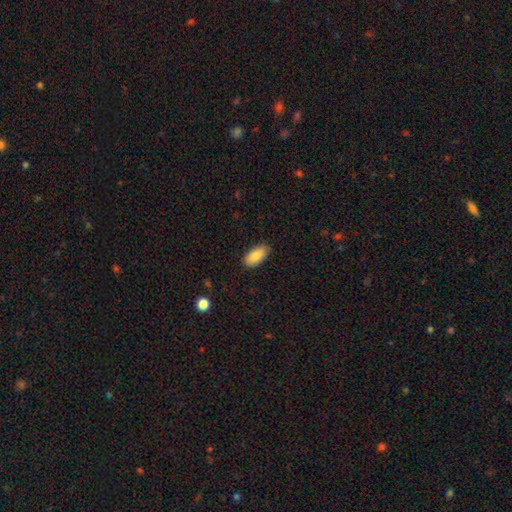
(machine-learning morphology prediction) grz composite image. It shows a smooth galaxy with no disk features (86%) that is in between round and cigar-shaped (91%). Merging: none (87%).